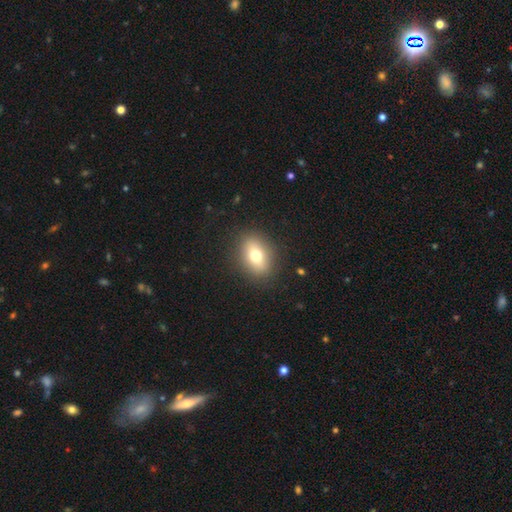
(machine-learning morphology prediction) smooth_or_featured: smooth (p=0.70) [alt: featured or disk p=0.20]
how_rounded: in between (p=0.68) [alt: round p=0.28]
merging: none (p=0.87) [alt: minor disturbance p=0.08]